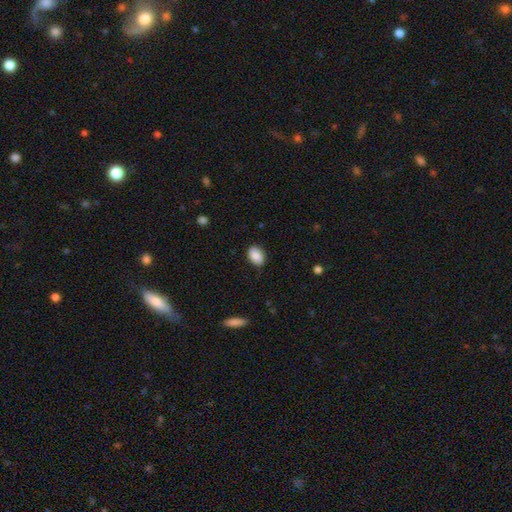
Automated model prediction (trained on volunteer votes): A smooth galaxy with no disk features (89%) that is in between round and cigar-shaped (84%). Merging: none (82%).